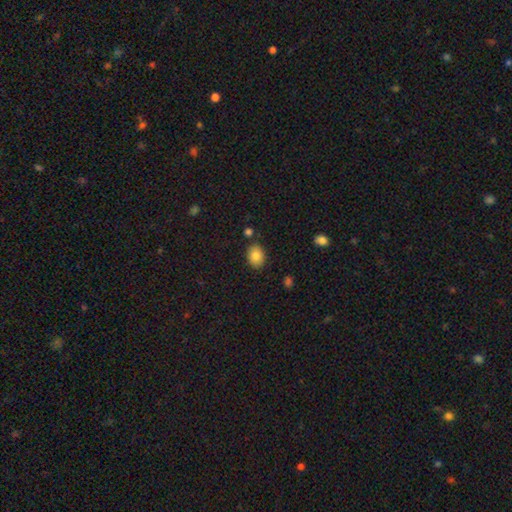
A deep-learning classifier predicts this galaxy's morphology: A smooth galaxy with no disk features (85%) that is in between round and cigar-shaped (69%).

Vote fractions:
- Smooth or featured? smooth: 85% / star or artifact: 8% / featured or disk: 7%
- How rounded? in between: 69% / round: 30% / cigar-shaped: 1%
- Merging? none: 83% / minor disturbance: 11% / merger: 4% / major disturbance: 3%